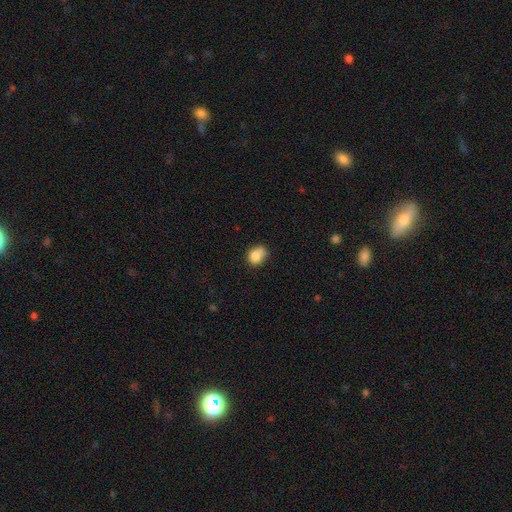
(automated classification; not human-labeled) A smooth galaxy with no disk features (80%) that is round (54%).

Vote fractions:
- Smooth or featured? smooth: 80% / star or artifact: 10% / featured or disk: 10%
- How rounded? round: 54% / in between: 45% / cigar-shaped: 1%
- Merging? none: 44% / minor disturbance: 27% / merger: 20% / major disturbance: 9%